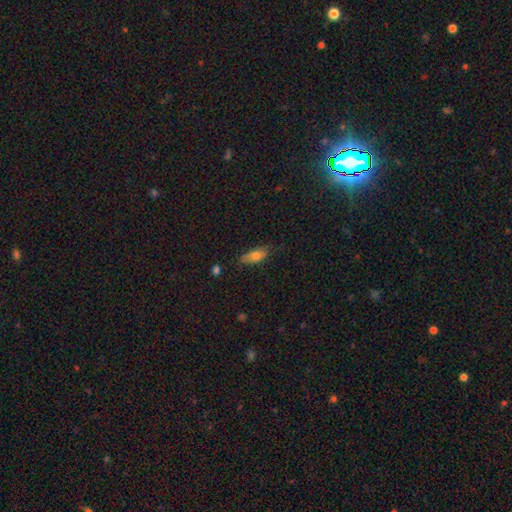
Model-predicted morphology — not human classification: A smooth galaxy with no disk features (74%) that is in between round and cigar-shaped (76%). Merging: none (71%).